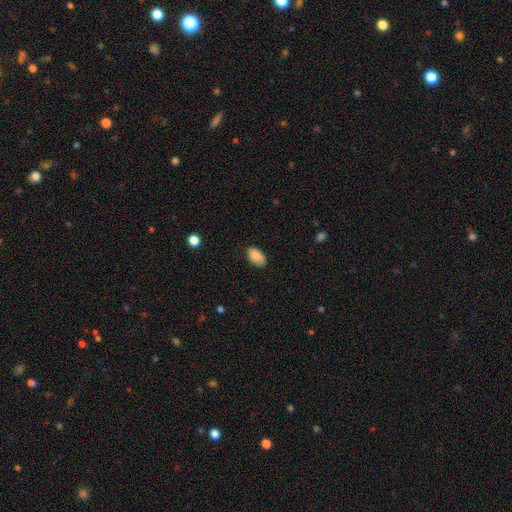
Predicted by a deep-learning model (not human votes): smooth_or_featured: smooth (p=0.87) [alt: star or artifact p=0.07]
how_rounded: in between (p=0.94) [alt: round p=0.05]
merging: none (p=0.79) [alt: minor disturbance p=0.16]